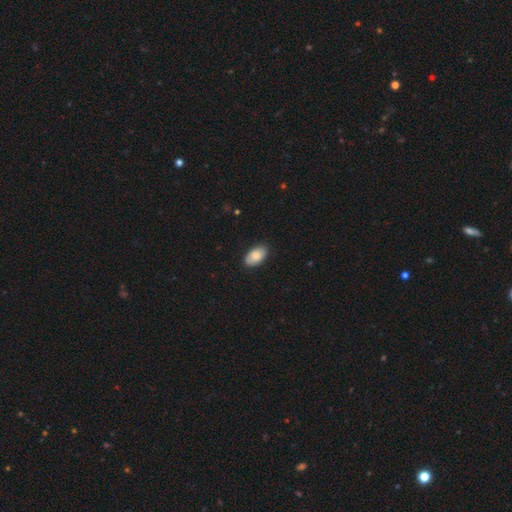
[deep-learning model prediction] A smooth galaxy with no disk features (82%) that is in between round and cigar-shaped (95%).

Vote fractions:
- Smooth or featured? smooth: 82% / featured or disk: 11% / star or artifact: 6%
- How rounded? in between: 95% / round: 4% / cigar-shaped: 2%
- Merging? none: 87% / minor disturbance: 11% / major disturbance: 2% / merger: 1%